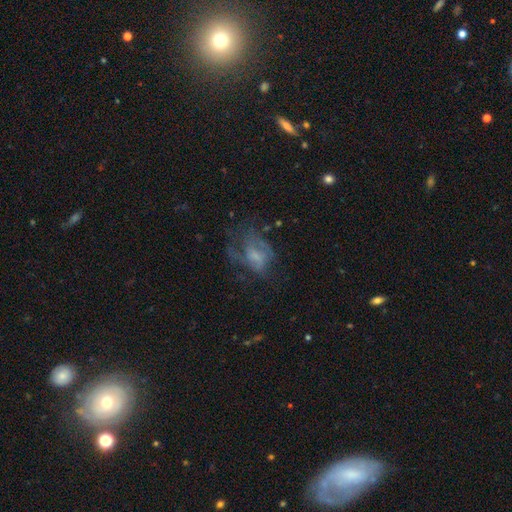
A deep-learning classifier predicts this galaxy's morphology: A featured or disk galaxy (52%) with no bar (69%), no spiral arms (57%) and a small central bulge (39%).

Vote fractions:
- Smooth or featured? featured or disk: 52% / smooth: 33% / star or artifact: 14%
- Edge-on disk? no: 97% / yes: 3%
- Bar? no: 69% / weak: 26% / strong: 5%
- Spiral arms? no: 57% / yes: 43%
- Bulge size? small: 39% / none: 30% / moderate: 26% / large: 5% / dominant: 1%
- Merging? major disturbance: 41% / none: 35% / minor disturbance: 20% / merger: 3%